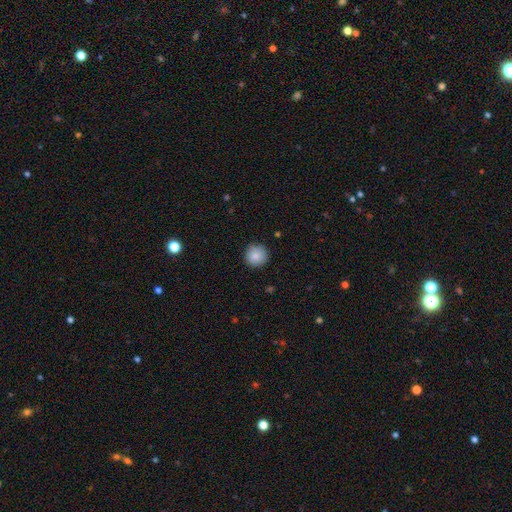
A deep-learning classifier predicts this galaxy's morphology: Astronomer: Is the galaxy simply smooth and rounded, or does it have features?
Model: smooth — 87%.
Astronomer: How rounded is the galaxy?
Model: round — 95%.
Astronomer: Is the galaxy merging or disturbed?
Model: none — 90%.